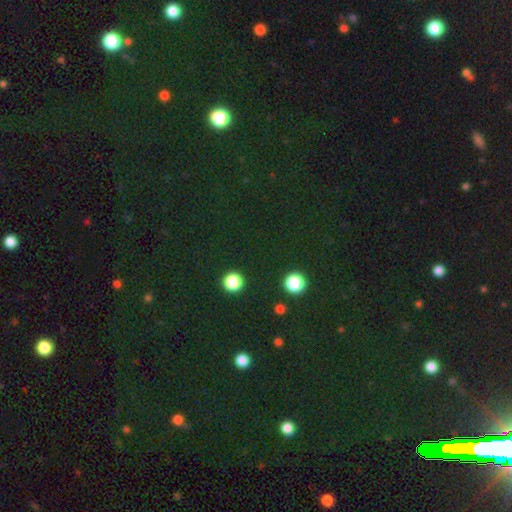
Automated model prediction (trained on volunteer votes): Smooth or featured? Predicted: star or artifact (p=0.66).